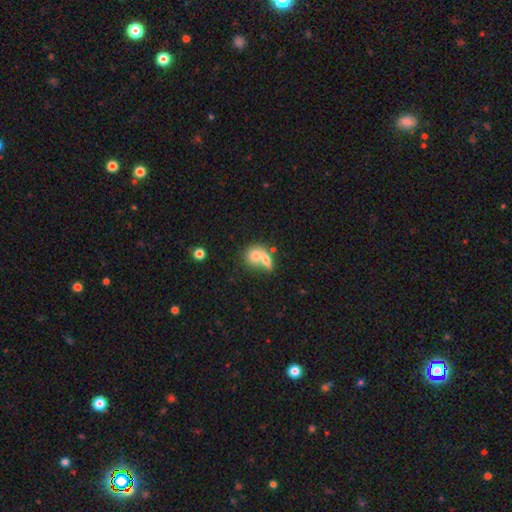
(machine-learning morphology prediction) Smooth or featured? Predicted: smooth (p=0.73). How rounded? Predicted: round (p=0.50). Merging? Predicted: merger (p=0.68).